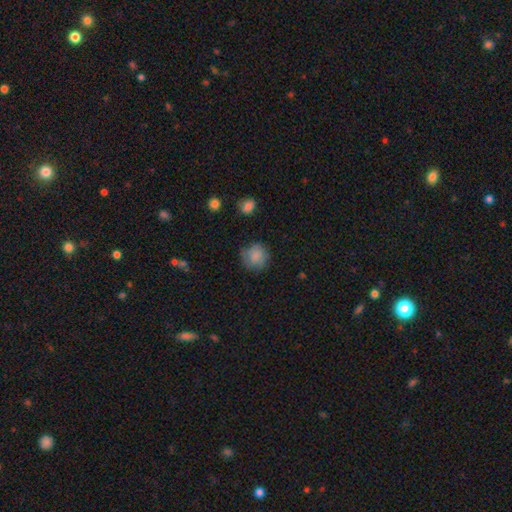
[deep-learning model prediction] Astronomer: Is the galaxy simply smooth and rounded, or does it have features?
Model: smooth — 84%.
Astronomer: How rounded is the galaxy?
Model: round — 90%.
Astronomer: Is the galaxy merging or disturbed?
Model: none — 74%.